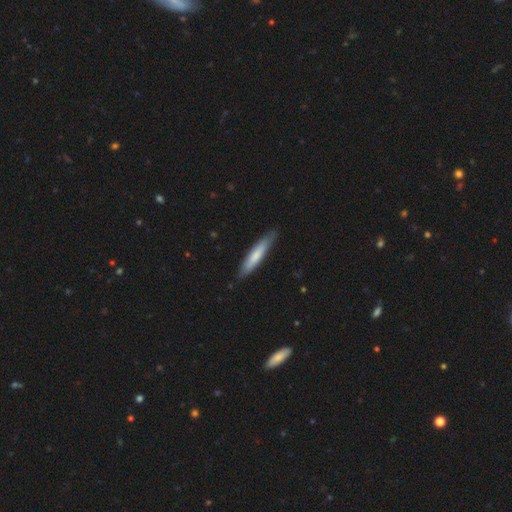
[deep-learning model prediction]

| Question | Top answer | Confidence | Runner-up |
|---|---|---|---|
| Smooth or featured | smooth | 69% | featured or disk (26%) |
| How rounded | cigar-shaped | 88% | in between (11%) |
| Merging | none | 83% | minor disturbance (13%) |